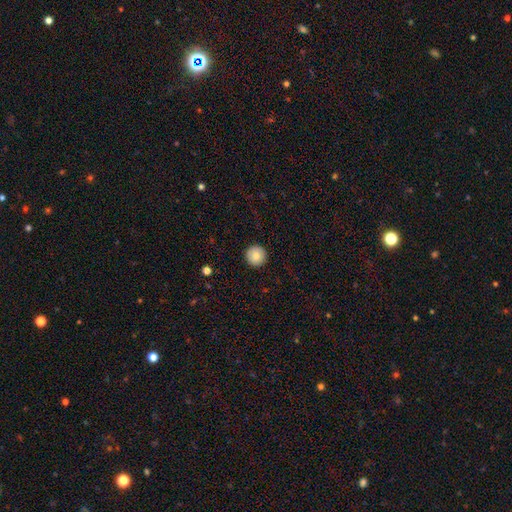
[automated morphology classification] This appears to be a smooth galaxy with no disk features (84%) that is round (96%). Merging: none (93%).